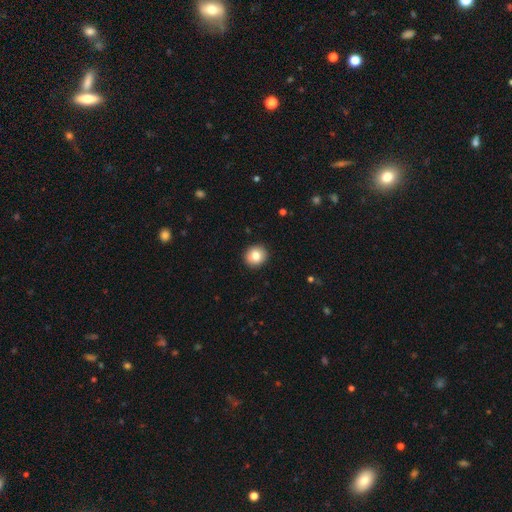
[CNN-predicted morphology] type=smooth (82%); roundness=round (87%); merging=none (92%).